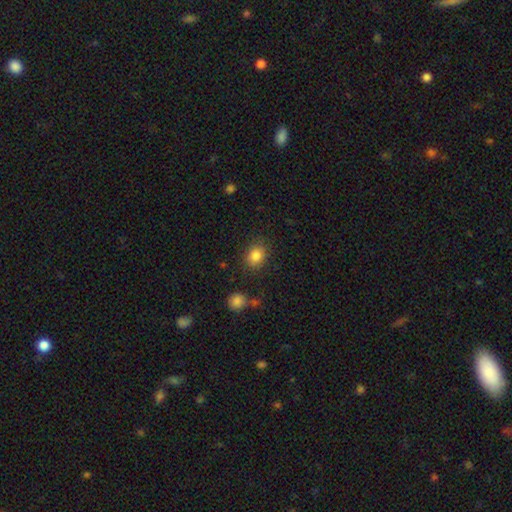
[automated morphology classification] A smooth galaxy with no disk features (85%) that is round (52%). Merging: none (82%).